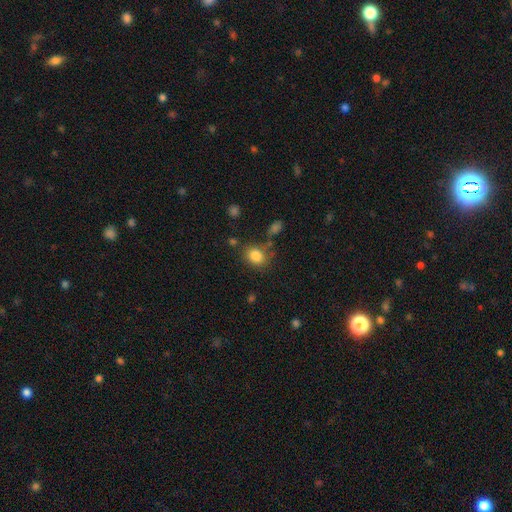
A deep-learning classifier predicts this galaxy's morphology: Smooth or featured?
  - smooth: 84% *
  - star or artifact: 10%
  - featured or disk: 6%
How rounded?
  - in between: 55% *
  - round: 44%
  - cigar-shaped: 1%
Merging?
  - none: 71% *
  - minor disturbance: 16%
  - merger: 8%
  - major disturbance: 6%